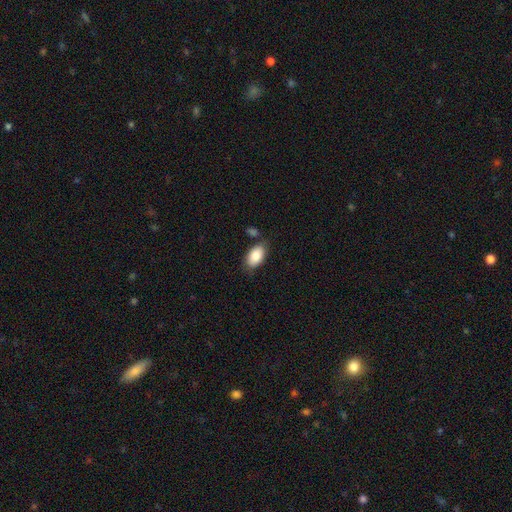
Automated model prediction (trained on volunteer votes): Q: Smooth or featured?
A: smooth (86%); runner-up: featured or disk (7%)
Q: How rounded?
A: in between (94%); runner-up: round (4%)
Q: Merging?
A: none (75%); runner-up: minor disturbance (15%)